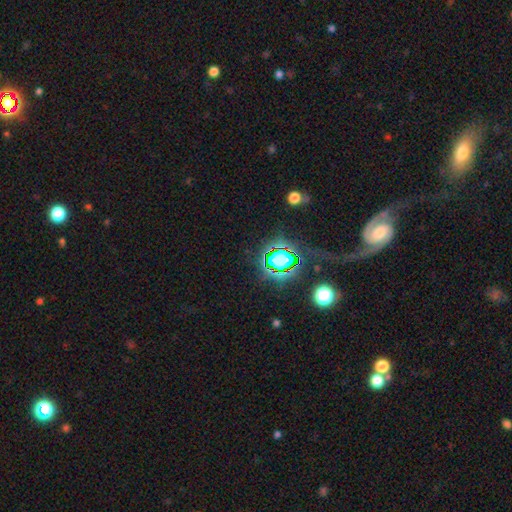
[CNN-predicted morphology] smooth_or_featured: featured or disk (p=0.42) [alt: star or artifact p=0.38]
merging: none (p=0.57) [alt: major disturbance p=0.17]